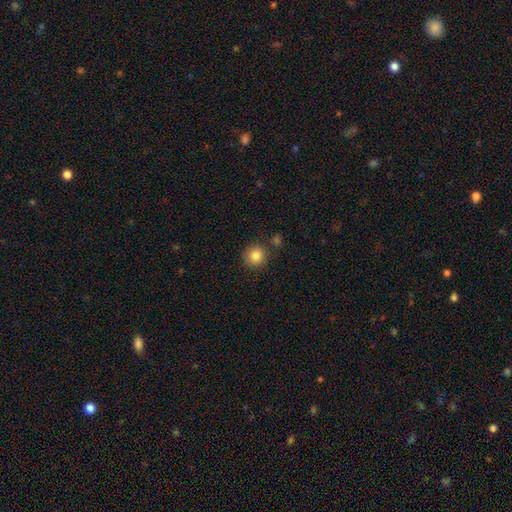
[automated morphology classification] The model was most divided on "merging": none: 81%, minor disturbance: 9%, merger: 6%, major disturbance: 3%. More confident: how rounded — round (92%); smooth or featured — smooth (84%).